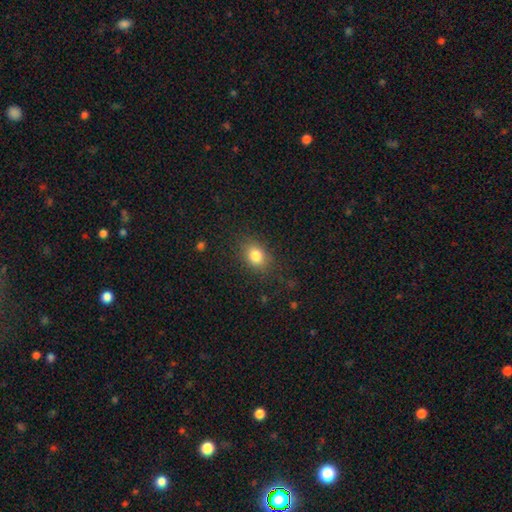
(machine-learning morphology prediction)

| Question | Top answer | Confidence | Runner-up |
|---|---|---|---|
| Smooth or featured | smooth | 82% | star or artifact (10%) |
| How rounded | in between | 66% | round (33%) |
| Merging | none | 82% | minor disturbance (13%) |